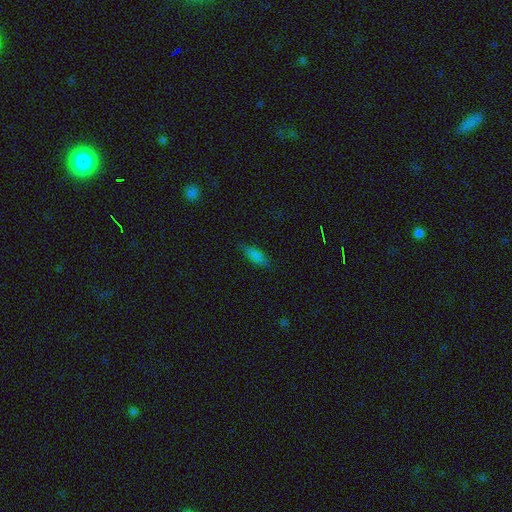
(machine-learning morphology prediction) Overall: smooth (80%). How rounded: in between (70%). Merging: none (79%).